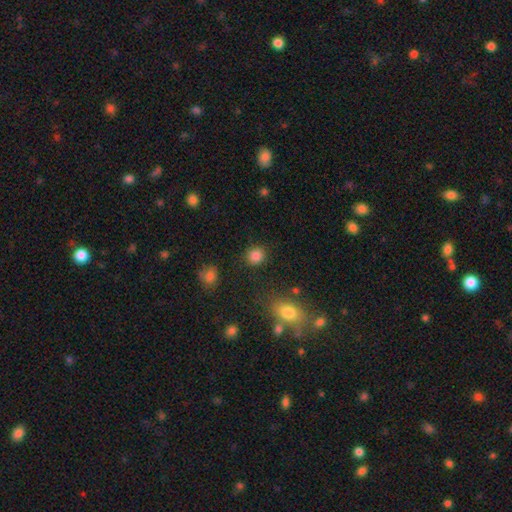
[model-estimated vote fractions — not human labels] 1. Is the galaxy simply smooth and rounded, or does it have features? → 85% smooth, 11% star or artifact, 4% featured or disk.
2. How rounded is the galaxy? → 83% round, 15% in between, 1% cigar-shaped.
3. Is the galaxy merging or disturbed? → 86% none, 9% minor disturbance, 3% major disturbance, 2% merger.